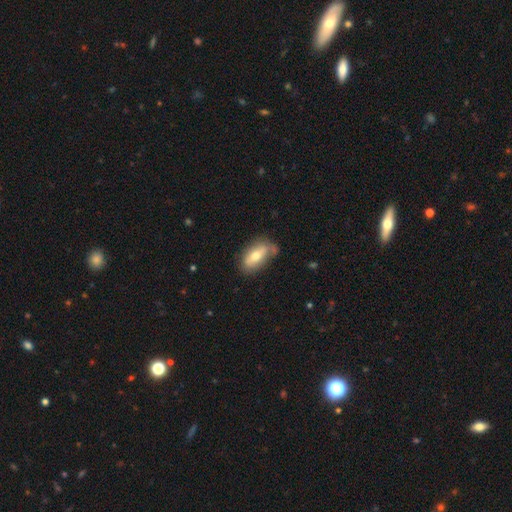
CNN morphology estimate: A smooth galaxy with no disk features (63%) that is in between round and cigar-shaped (88%). Merging: none (60%).